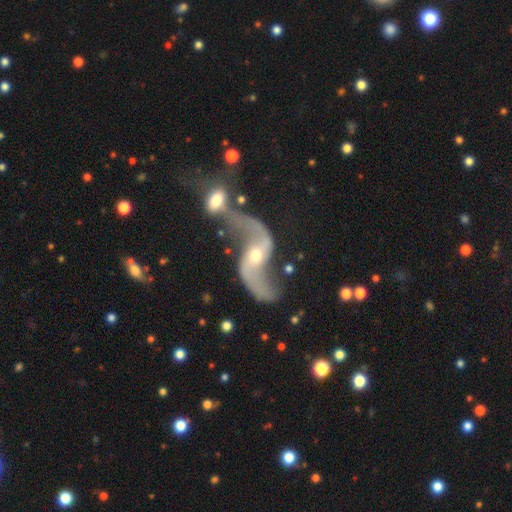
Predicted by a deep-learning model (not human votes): Smooth or featured?
  - featured or disk: 89% *
  - smooth: 6%
  - star or artifact: 5%
Edge-on disk?
  - no: 97% *
  - yes: 3%
Bar?
  - no: 47% *
  - weak: 33%
  - strong: 20%
Spiral arms?
  - yes: 95% *
  - no: 5%
Spiral winding?
  - loose: 89% *
  - medium: 8%
  - tight: 3%
Spiral arm count?
  - 2: 94% *
  - 1: 2%
  - can't tell: 2%
  - 3: 1%
  - 4: 1%
  - more than 4: 1%
Bulge size?
  - moderate: 53% *
  - small: 41%
  - large: 3%
  - none: 1%
  - dominant: 1%
Merging?
  - merger: 40% *
  - none: 36%
  - minor disturbance: 12%
  - major disturbance: 12%